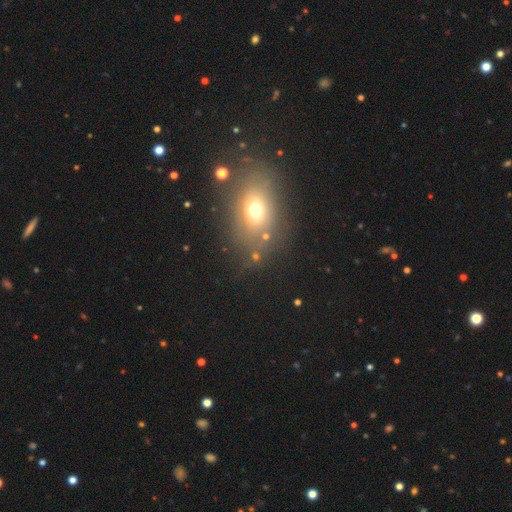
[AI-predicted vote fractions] smooth-or-featured: smooth: 60% | star or artifact: 25% | featured or disk: 15%
  how-rounded: in between: 58% | round: 40% | cigar-shaped: 3%
  merging: none: 73% | minor disturbance: 13% | major disturbance: 7% | merger: 6%